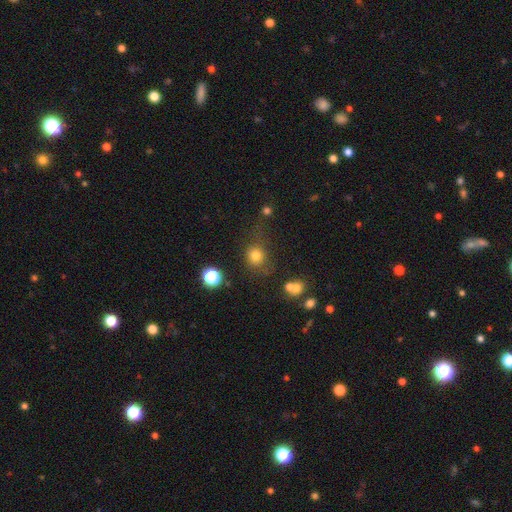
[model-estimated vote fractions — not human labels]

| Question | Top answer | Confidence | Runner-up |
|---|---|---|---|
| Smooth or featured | smooth | 78% | star or artifact (15%) |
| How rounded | round | 86% | in between (13%) |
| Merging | none | 67% | minor disturbance (17%) |